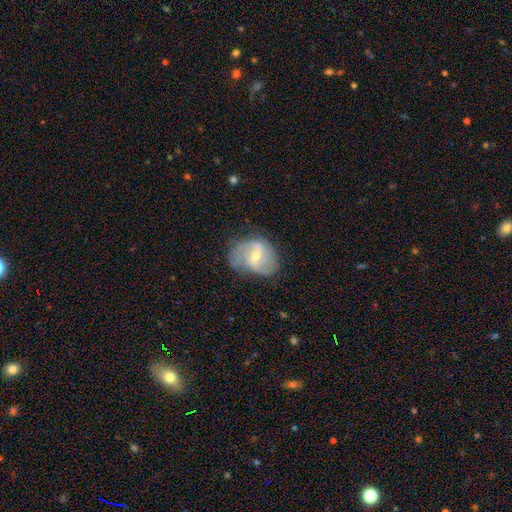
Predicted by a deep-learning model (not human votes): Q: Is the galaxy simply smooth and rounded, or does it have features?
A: featured or disk — 73%.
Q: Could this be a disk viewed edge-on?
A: no — 97%.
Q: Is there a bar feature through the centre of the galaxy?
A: weak — 52%.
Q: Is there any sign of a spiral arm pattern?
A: yes — 87%.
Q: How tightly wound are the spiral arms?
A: medium — 43%.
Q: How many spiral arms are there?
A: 2 — 49%.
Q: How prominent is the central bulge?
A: small — 49%.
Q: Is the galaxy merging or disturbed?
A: none — 58%.